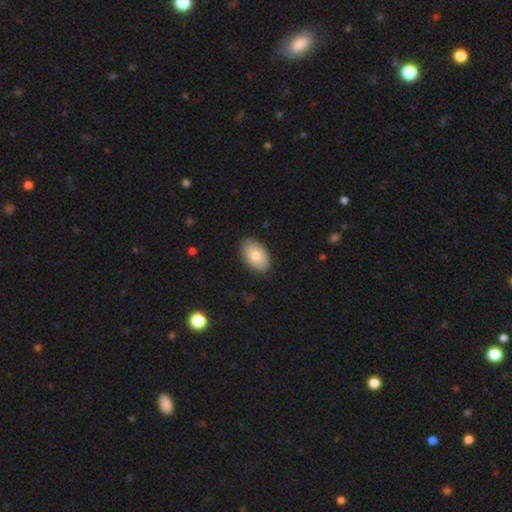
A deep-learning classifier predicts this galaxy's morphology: Smooth or featured?
  - smooth: 79% *
  - featured or disk: 15%
  - star or artifact: 6%
How rounded?
  - in between: 93% *
  - round: 6%
  - cigar-shaped: 1%
Merging?
  - none: 86% *
  - minor disturbance: 11%
  - major disturbance: 2%
  - merger: 1%